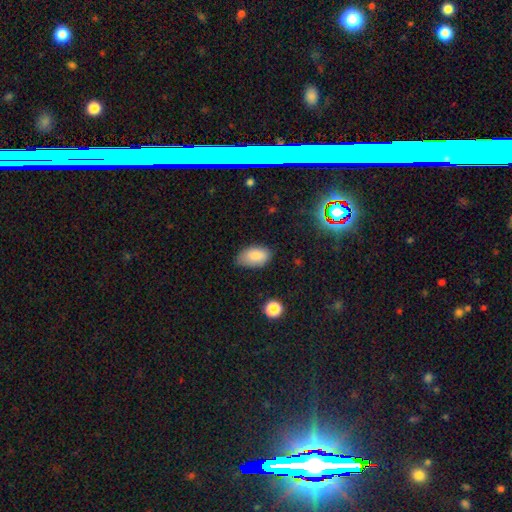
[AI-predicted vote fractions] Smooth or featured: smooth — 84% (star or artifact — 8%)
How rounded: in between — 93% (round — 5%)
Merging: none — 67% (minor disturbance — 27%)